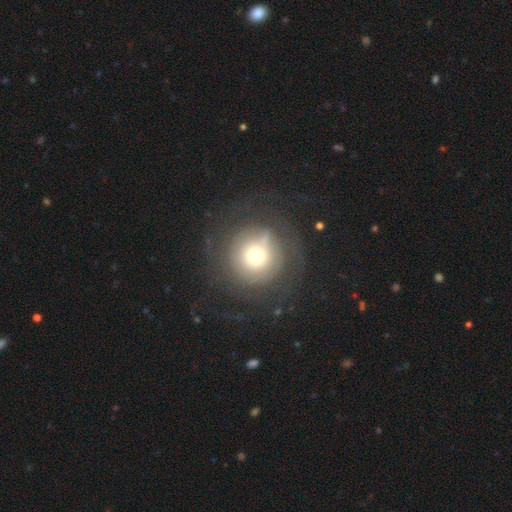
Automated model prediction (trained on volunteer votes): Smooth or featured?
  - smooth: 49% *
  - featured or disk: 40%
  - star or artifact: 12%
Merging?
  - none: 67% *
  - major disturbance: 17%
  - minor disturbance: 14%
  - merger: 2%